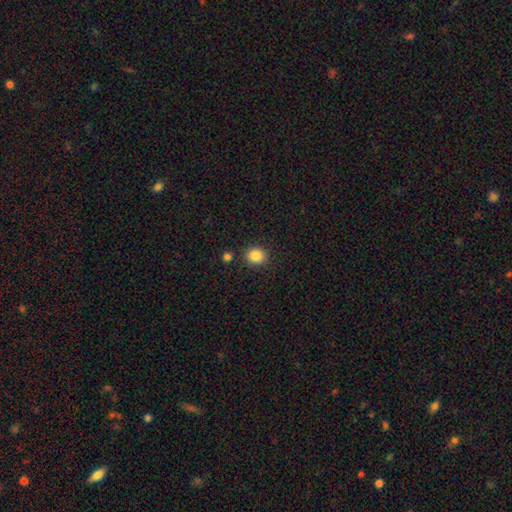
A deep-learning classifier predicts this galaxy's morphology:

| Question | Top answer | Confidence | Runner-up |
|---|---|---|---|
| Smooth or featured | smooth | 86% | star or artifact (10%) |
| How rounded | round | 76% | in between (23%) |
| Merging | none | 87% | minor disturbance (7%) |